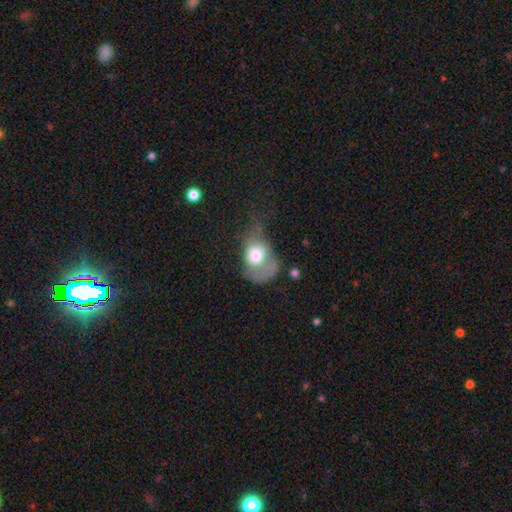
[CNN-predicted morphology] Q: Smooth or featured?
A: smooth (62%); runner-up: featured or disk (29%)
Q: How rounded?
A: in between (61%); runner-up: round (38%)
Q: Merging?
A: major disturbance (53%); runner-up: minor disturbance (23%)